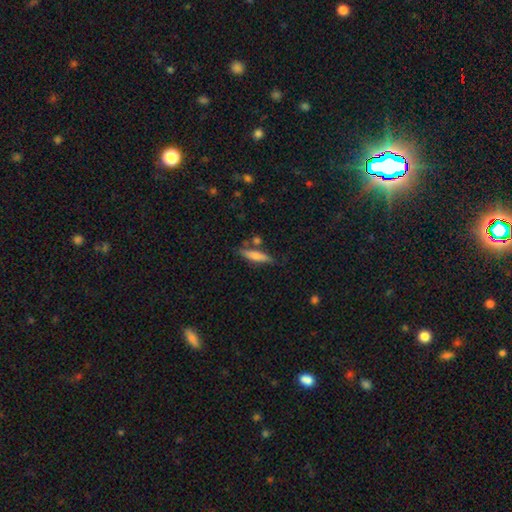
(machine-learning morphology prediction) smooth_or_featured: smooth (p=0.72) [alt: featured or disk p=0.22]
how_rounded: cigar-shaped (p=0.79) [alt: in between p=0.19]
merging: none (p=0.72) [alt: minor disturbance p=0.15]